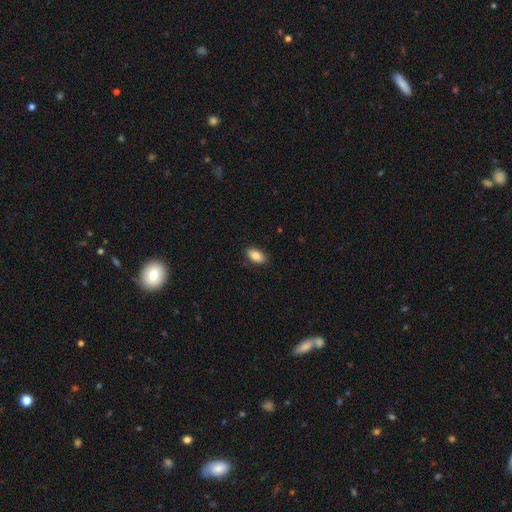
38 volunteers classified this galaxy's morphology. This appears to be a smooth galaxy with no disk features (92%) that is in between round and cigar-shaped (86%). Merging: none (86%).